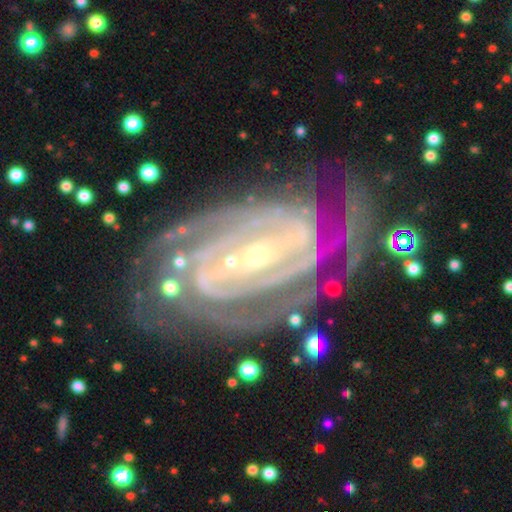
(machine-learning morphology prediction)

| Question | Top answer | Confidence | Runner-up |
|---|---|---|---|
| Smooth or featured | featured or disk | 91% | star or artifact (5%) |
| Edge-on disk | no | 96% | yes (4%) |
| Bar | strong | 53% | weak (30%) |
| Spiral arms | yes | 97% | no (3%) |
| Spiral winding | tight | 75% | medium (21%) |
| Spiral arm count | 2 | 27% | can't tell (22%) |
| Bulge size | small | 72% | moderate (25%) |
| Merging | none | 70% | minor disturbance (19%) |